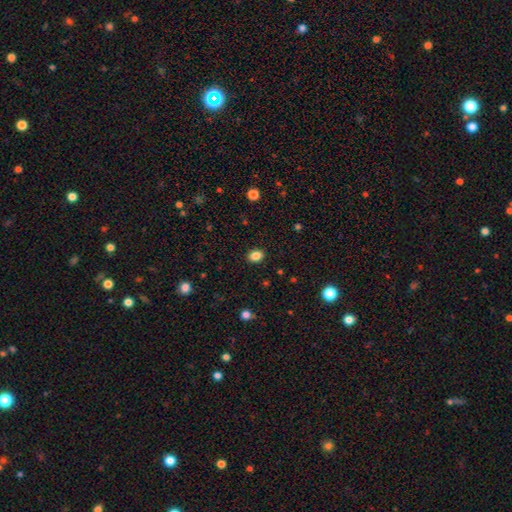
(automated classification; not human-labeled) Overall: smooth (86%). How rounded: in between (56%; round 43%). Merging: none (90%).